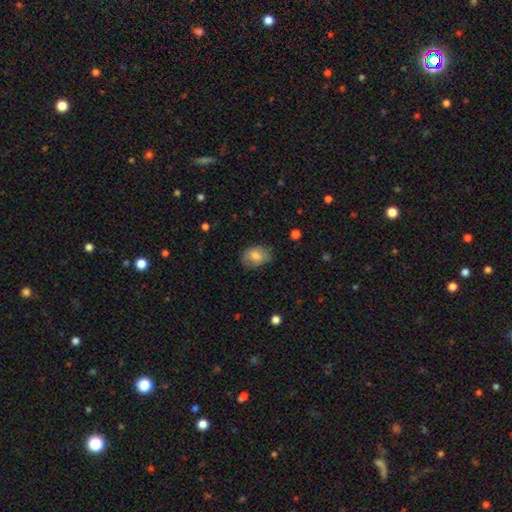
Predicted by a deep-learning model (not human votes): smooth 77%, featured or disk 15%, star or artifact 8%. Down the decision tree: how rounded — in between (77%); merging — none (76%).